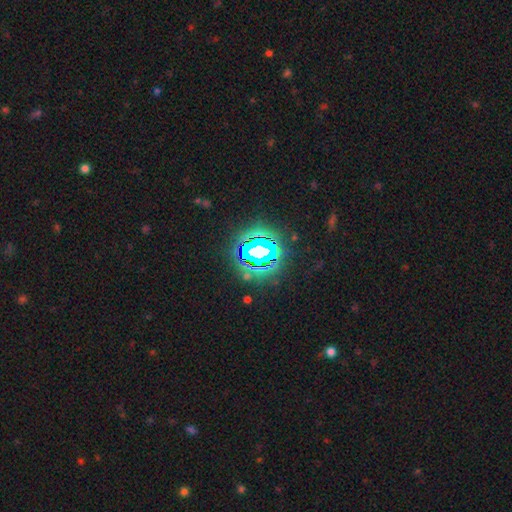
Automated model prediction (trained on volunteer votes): smooth-or-featured: star or artifact: 74% | smooth: 14% | featured or disk: 12%